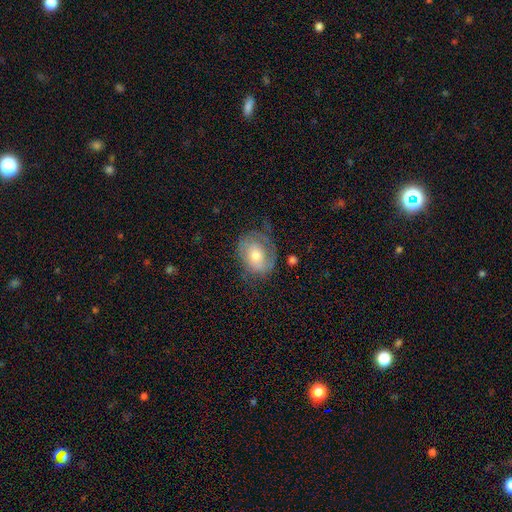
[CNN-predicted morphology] featured or disk 53%, smooth 39%, star or artifact 8%. Down the decision tree: edge-on disk — no (96%); bar — no (67%); spiral arms — yes (75%); bulge size — moderate (60%); merging — none (54%).